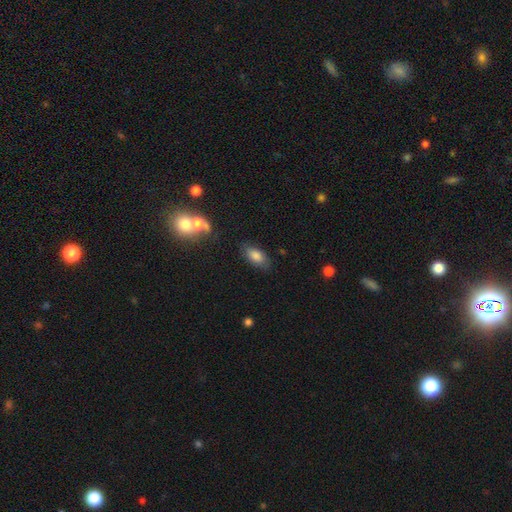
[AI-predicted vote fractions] Smooth or featured? Predicted: smooth (p=0.81). How rounded? Predicted: in between (p=0.90). Merging? Predicted: none (p=0.79).